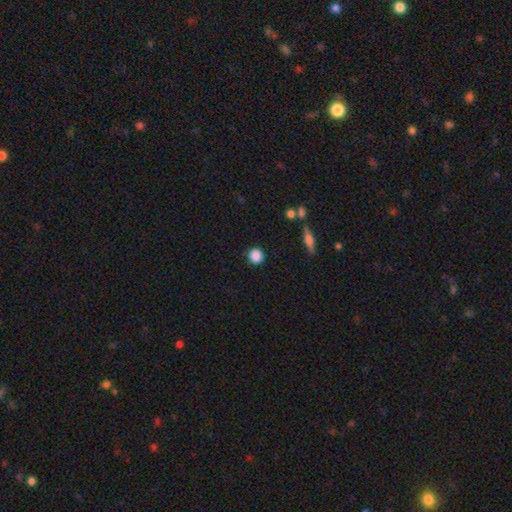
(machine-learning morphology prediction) Smooth or featured? Predicted: smooth (p=0.87). How rounded? Predicted: round (p=0.92). Merging? Predicted: none (p=0.89).